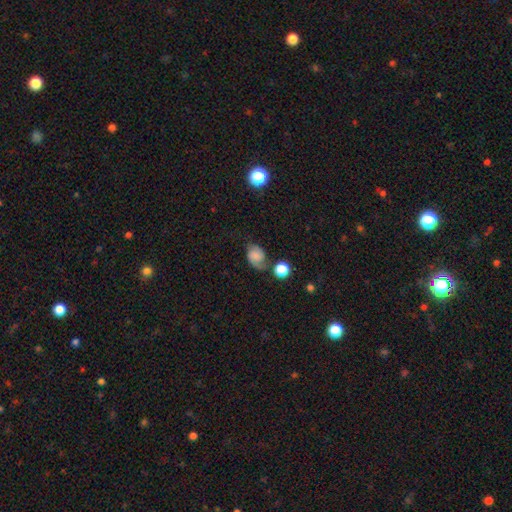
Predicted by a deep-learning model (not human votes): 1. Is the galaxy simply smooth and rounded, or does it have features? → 52% smooth, 37% featured or disk, 11% star or artifact.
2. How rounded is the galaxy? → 54% in between, 45% round, 1% cigar-shaped.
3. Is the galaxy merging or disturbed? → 51% none, 28% minor disturbance, 12% major disturbance, 10% merger.